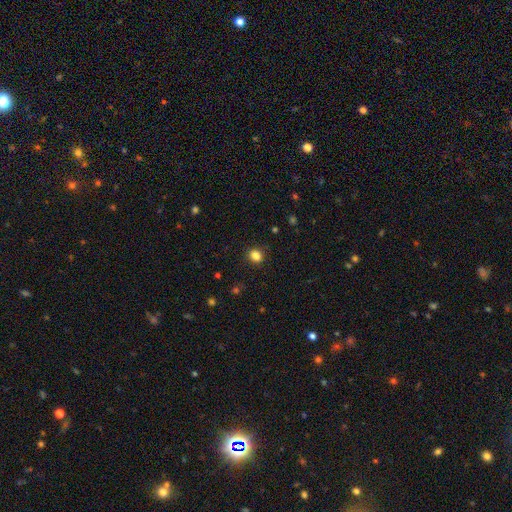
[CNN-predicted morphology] Smooth or featured: smooth — 85% (star or artifact — 12%)
How rounded: round — 59% (in between — 39%)
Merging: none — 87% (minor disturbance — 9%)